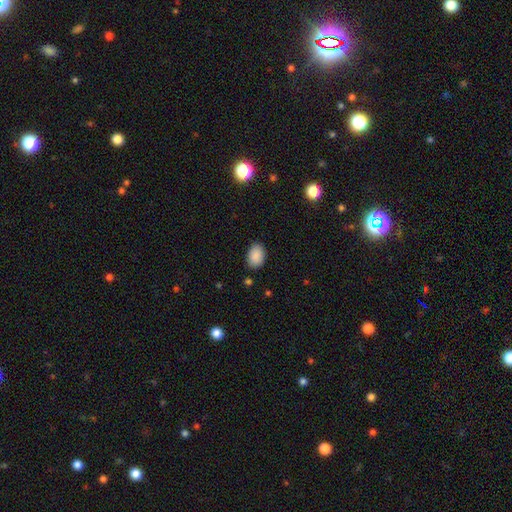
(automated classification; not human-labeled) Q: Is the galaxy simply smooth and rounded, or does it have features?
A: smooth — 89%.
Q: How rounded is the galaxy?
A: in between — 85%.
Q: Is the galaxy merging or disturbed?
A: none — 84%.